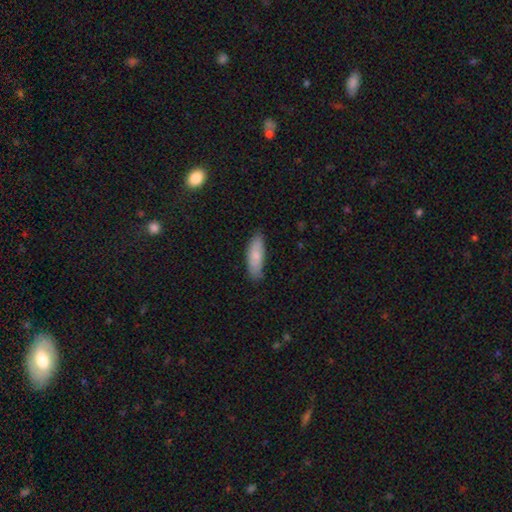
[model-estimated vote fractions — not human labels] Smooth or featured: smooth — 80% (featured or disk — 14%)
How rounded: in between — 59% (cigar-shaped — 39%)
Merging: none — 79% (minor disturbance — 17%)